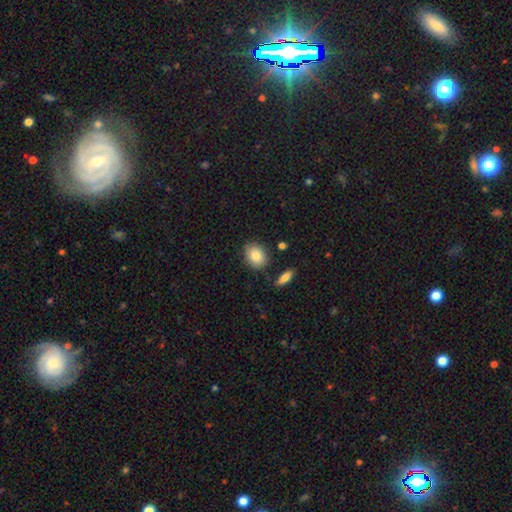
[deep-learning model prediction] This is clearly a smooth galaxy (83%). How rounded: likely in between (61%). Merging: clearly none (81%).